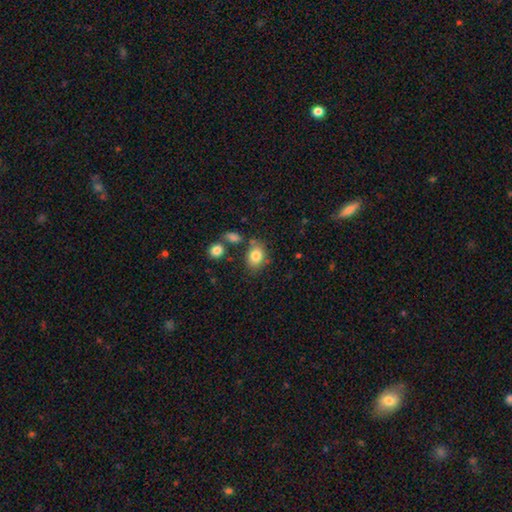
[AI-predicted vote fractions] This appears to be a smooth galaxy with no disk features (82%) that is in between round and cigar-shaped (65%). Merging: none (68%).